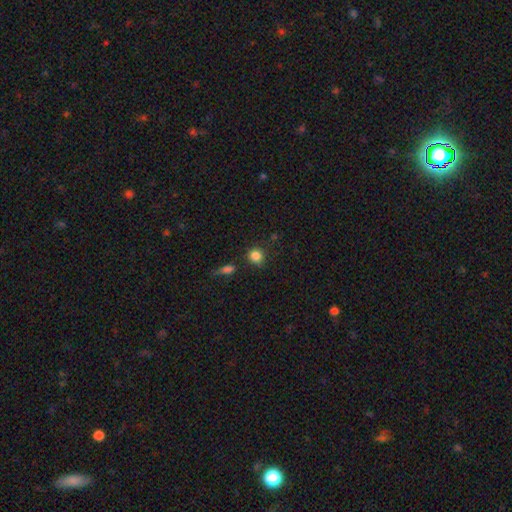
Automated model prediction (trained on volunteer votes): smooth 85%, star or artifact 10%, featured or disk 5%. Down the decision tree: how rounded — round (87%); merging — none (79%).